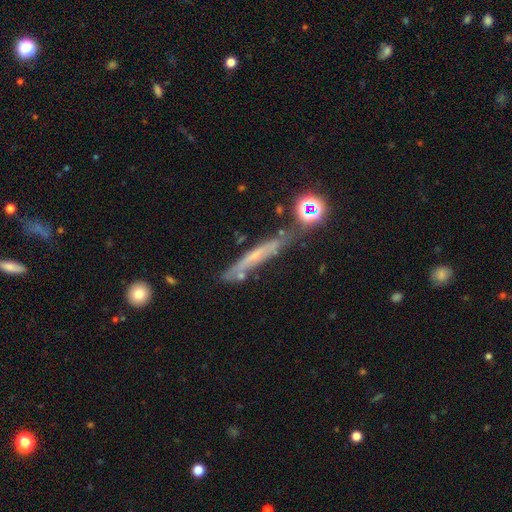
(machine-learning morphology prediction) smooth_or_featured: featured or disk (p=0.51) [alt: smooth p=0.35]
disk_edge_on: yes (p=0.78) [alt: no p=0.22]
merging: none (p=0.62) [alt: minor disturbance p=0.21]